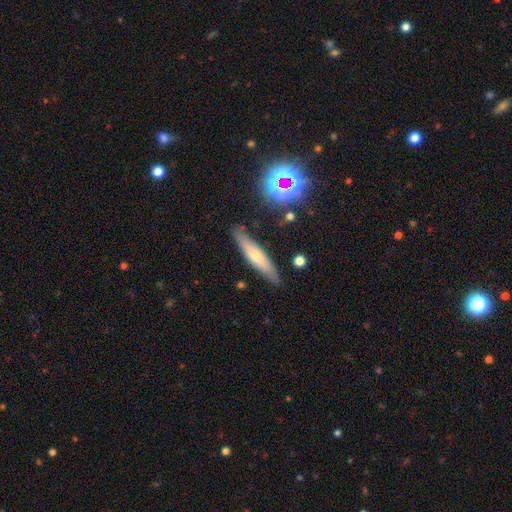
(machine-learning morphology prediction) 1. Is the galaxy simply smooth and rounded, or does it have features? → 50% smooth, 41% featured or disk, 8% star or artifact.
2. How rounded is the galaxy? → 83% cigar-shaped, 15% in between, 2% round.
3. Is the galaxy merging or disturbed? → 85% none, 11% minor disturbance, 2% major disturbance, 2% merger.